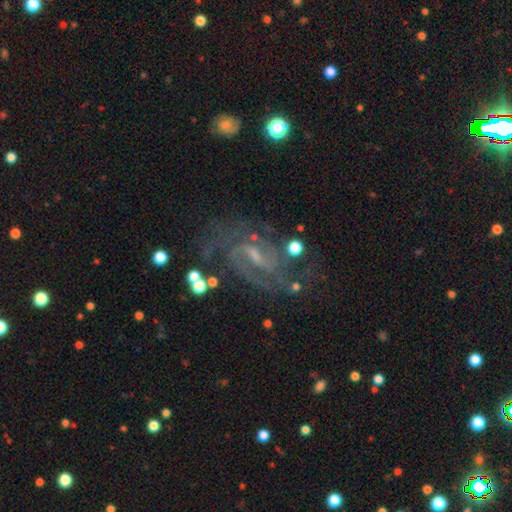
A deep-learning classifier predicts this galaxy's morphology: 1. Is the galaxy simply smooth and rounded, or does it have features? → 85% featured or disk, 8% star or artifact, 6% smooth.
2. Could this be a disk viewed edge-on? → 96% no, 4% yes.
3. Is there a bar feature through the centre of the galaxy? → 55% weak, 26% strong, 20% no.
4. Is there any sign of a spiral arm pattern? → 96% yes, 4% no.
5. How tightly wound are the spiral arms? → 49% medium, 38% tight, 13% loose.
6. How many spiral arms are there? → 56% 2, 16% can't tell, 15% 3, 5% 4, 4% 1, 4% more than 4.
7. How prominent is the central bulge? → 57% small, 21% moderate, 19% none, 2% large, 1% dominant.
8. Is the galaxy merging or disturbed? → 67% none, 18% minor disturbance, 11% major disturbance, 4% merger.